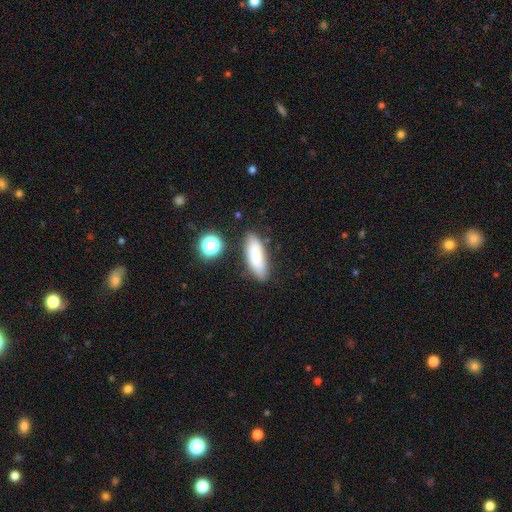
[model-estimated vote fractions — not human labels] This is likely a smooth galaxy (77%). How rounded: likely in between (63%). Merging: likely none (80%).